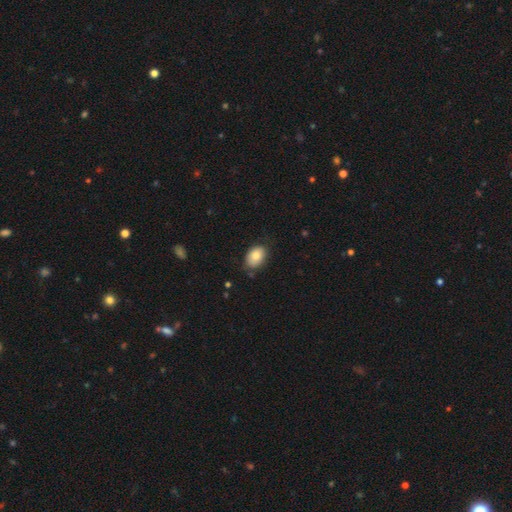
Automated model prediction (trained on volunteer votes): A smooth galaxy with no disk features (82%) that is in between round and cigar-shaped (84%).

Vote fractions:
- Smooth or featured? smooth: 82% / featured or disk: 10% / star or artifact: 8%
- How rounded? in between: 84% / round: 15% / cigar-shaped: 1%
- Merging? none: 76% / minor disturbance: 19% / major disturbance: 3% / merger: 2%